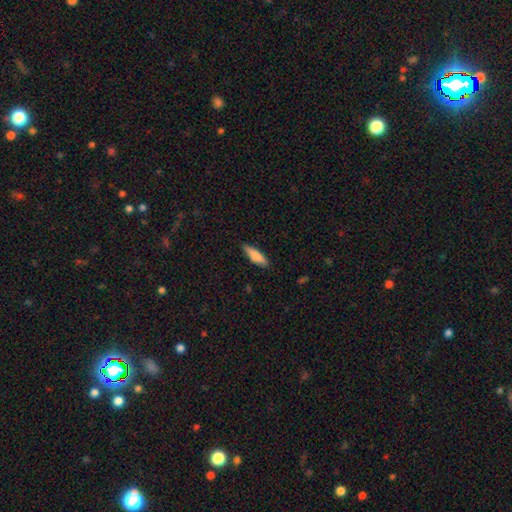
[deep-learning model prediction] Smooth or featured? Predicted: smooth (p=0.81). How rounded? Predicted: cigar-shaped (p=0.61). Merging? Predicted: none (p=0.84).